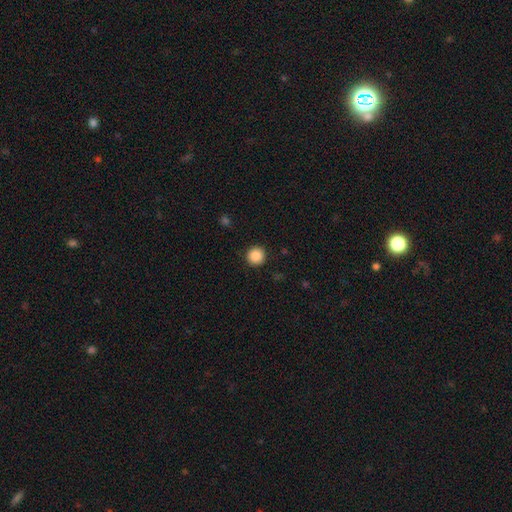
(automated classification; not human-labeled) This appears to be a smooth galaxy with no disk features (88%) that is round (95%). Merging: none (92%).